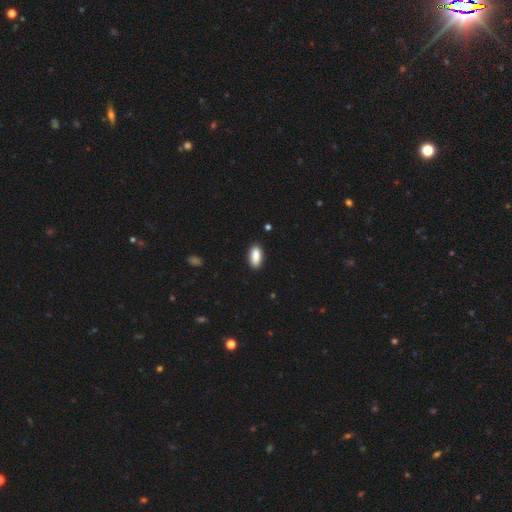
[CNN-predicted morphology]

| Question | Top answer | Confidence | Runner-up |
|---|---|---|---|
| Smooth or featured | smooth | 89% | star or artifact (7%) |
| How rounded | in between | 88% | cigar-shaped (10%) |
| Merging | none | 88% | minor disturbance (9%) |